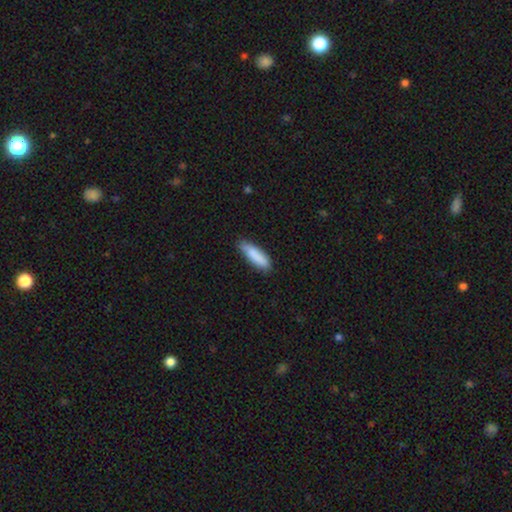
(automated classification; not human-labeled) The model was most divided on "how rounded": cigar-shaped: 59%, in between: 39%, round: 1%. More confident: smooth or featured — smooth (86%); merging — none (77%).